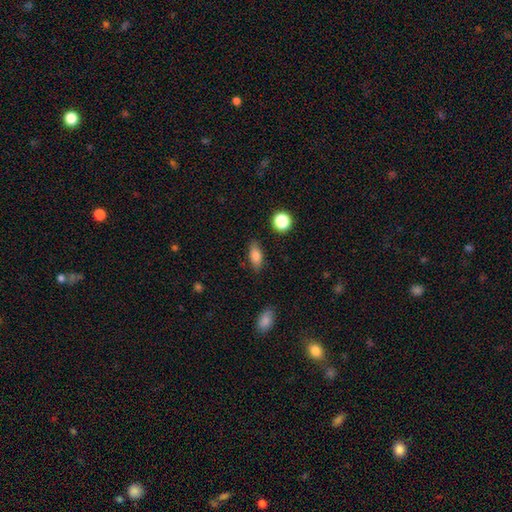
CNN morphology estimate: smooth-or-featured: smooth: 83% | featured or disk: 9% | star or artifact: 9%
  how-rounded: in between: 80% | cigar-shaped: 14% | round: 6%
  merging: none: 84% | minor disturbance: 11% | major disturbance: 3% | merger: 2%